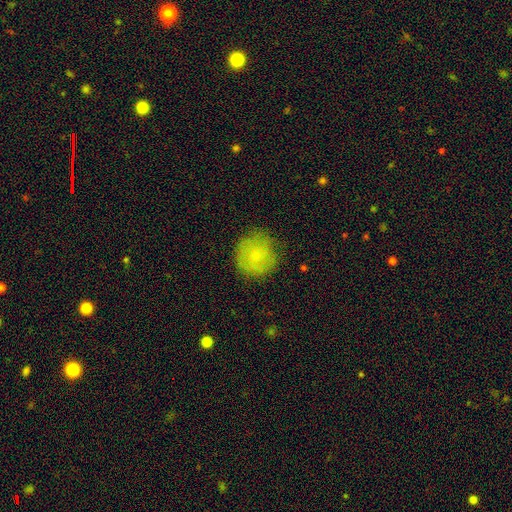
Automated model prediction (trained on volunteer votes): Q: Smooth or featured?
A: smooth (75%); runner-up: featured or disk (17%)
Q: How rounded?
A: round (93%); runner-up: in between (6%)
Q: Merging?
A: none (76%); runner-up: minor disturbance (18%)